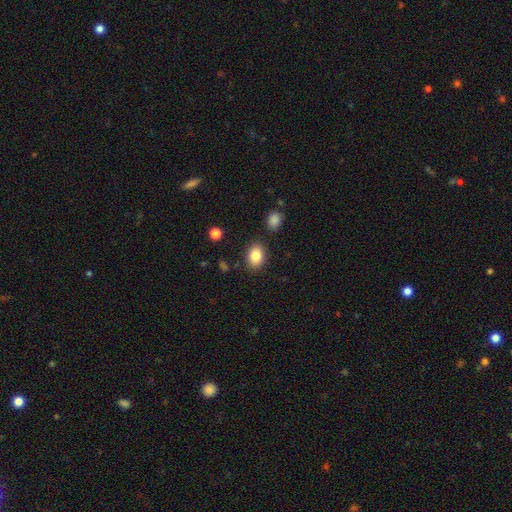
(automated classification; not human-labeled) Smooth or featured: smooth — 84% (star or artifact — 9%)
How rounded: in between — 75% (round — 24%)
Merging: none — 85% (minor disturbance — 10%)